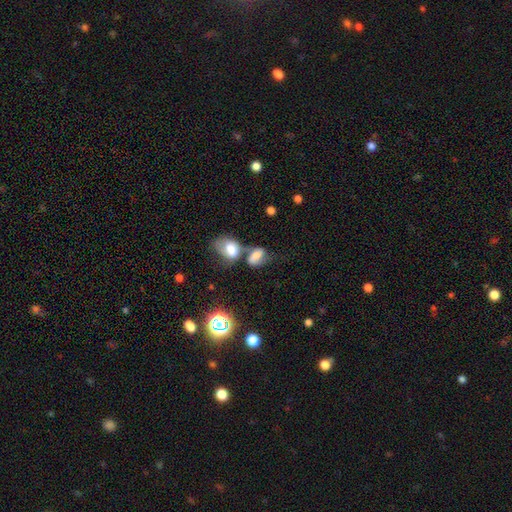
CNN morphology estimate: This appears to be a smooth galaxy with no disk features (57%) that is in between round and cigar-shaped (80%). Merging: merger (56%).